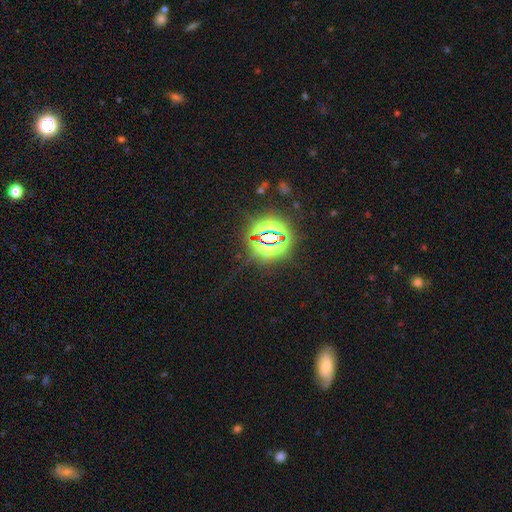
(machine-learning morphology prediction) This appears to be a star or artifact, not a galaxy (76%).